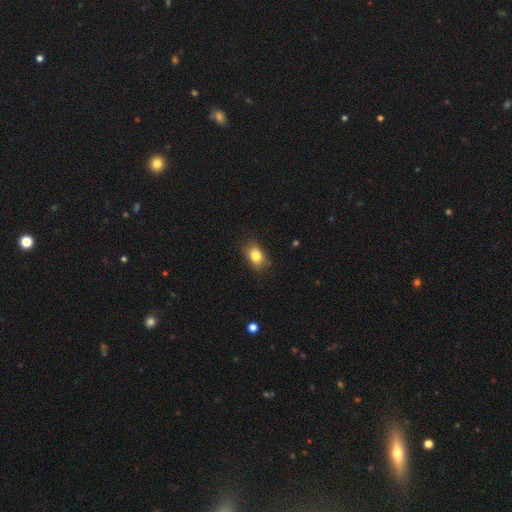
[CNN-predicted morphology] smooth 82%, star or artifact 9%, featured or disk 8%. Down the decision tree: how rounded — in between (73%); merging — none (78%).